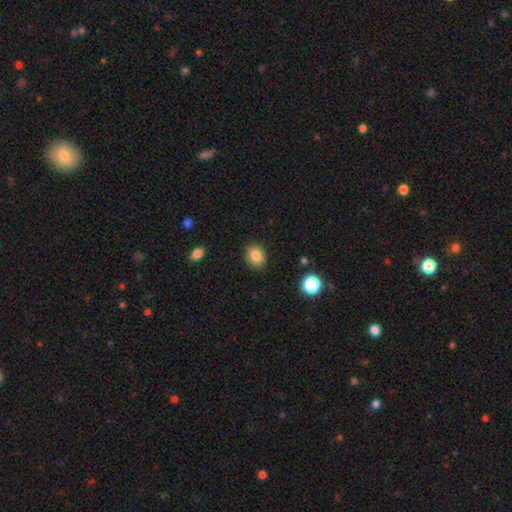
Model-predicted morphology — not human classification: smooth-or-featured: smooth: 84% | star or artifact: 10% | featured or disk: 6%
  how-rounded: in between: 58% | round: 41% | cigar-shaped: 1%
  merging: none: 88% | minor disturbance: 9% | major disturbance: 2% | merger: 1%